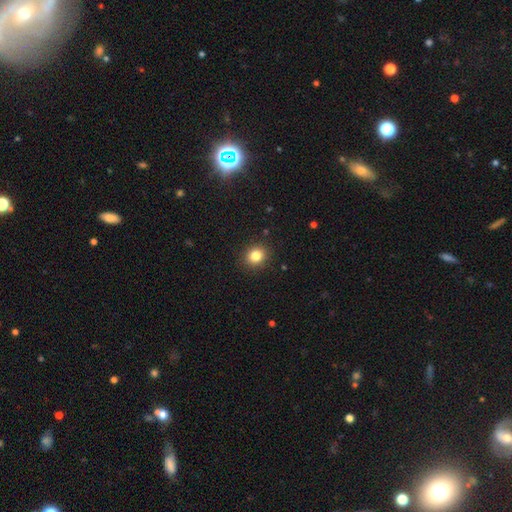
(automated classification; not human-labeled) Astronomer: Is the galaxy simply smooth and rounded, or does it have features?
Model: smooth — 83%.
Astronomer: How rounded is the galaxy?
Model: round — 74%.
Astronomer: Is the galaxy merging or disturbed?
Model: none — 90%.